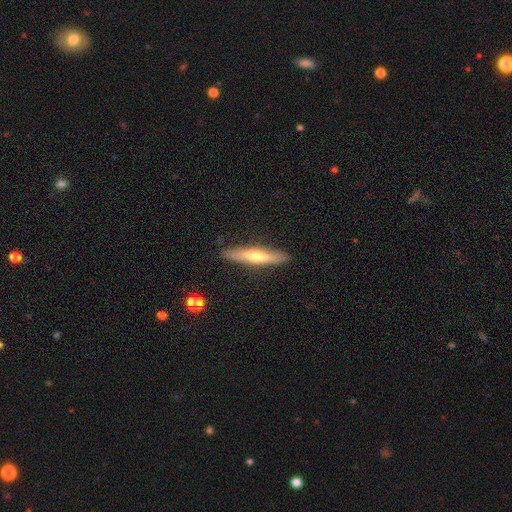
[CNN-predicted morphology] Q: Smooth or featured?
A: smooth (47%); tied with: featured or disk (47%)
Q: Merging?
A: none (86%); runner-up: minor disturbance (10%)